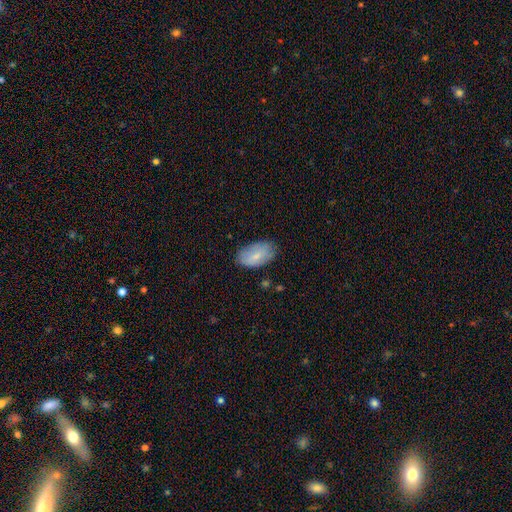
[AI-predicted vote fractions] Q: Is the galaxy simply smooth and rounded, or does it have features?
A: smooth — 77%.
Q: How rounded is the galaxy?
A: in between — 94%.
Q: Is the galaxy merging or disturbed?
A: none — 75%.